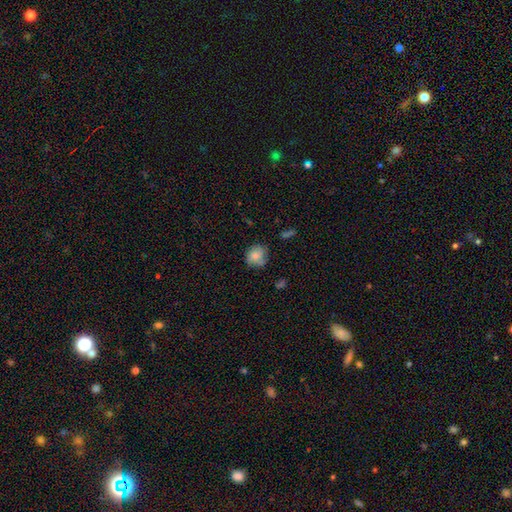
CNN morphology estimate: smooth 71%, featured or disk 20%, star or artifact 9%. Down the decision tree: how rounded — round (73%); merging — none (64%).